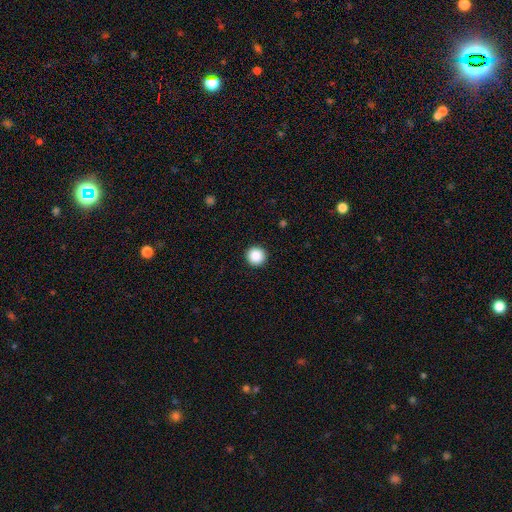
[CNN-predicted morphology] This appears to be a smooth galaxy with no disk features (88%) that is round (96%). Merging: none (93%).